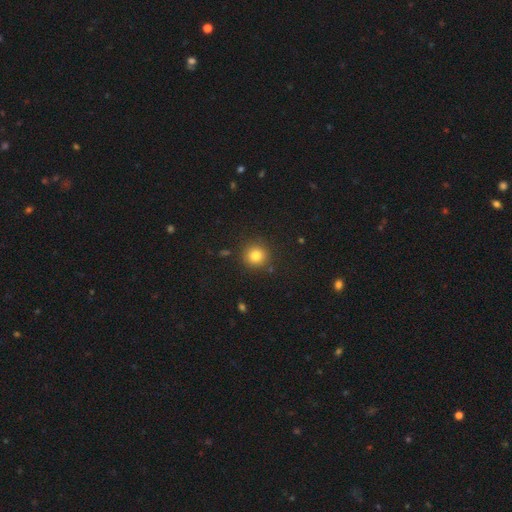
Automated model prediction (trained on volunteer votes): Q: Smooth or featured?
A: smooth (82%); runner-up: star or artifact (12%)
Q: How rounded?
A: round (93%); runner-up: in between (7%)
Q: Merging?
A: none (88%); runner-up: minor disturbance (7%)